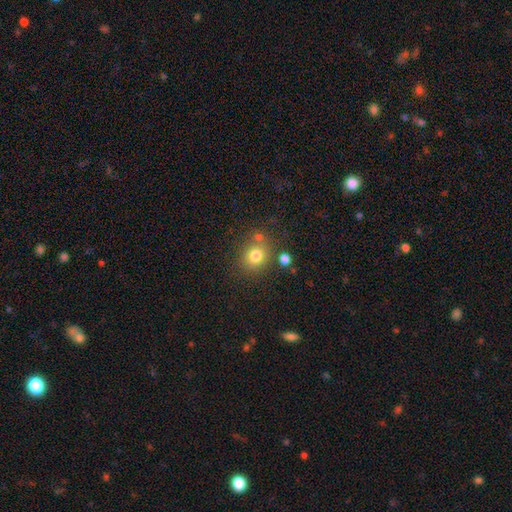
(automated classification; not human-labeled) smooth-or-featured: smooth: 78% | star or artifact: 13% | featured or disk: 8%
  how-rounded: round: 76% | in between: 23% | cigar-shaped: 1%
  merging: none: 72% | minor disturbance: 12% | merger: 11% | major disturbance: 5%